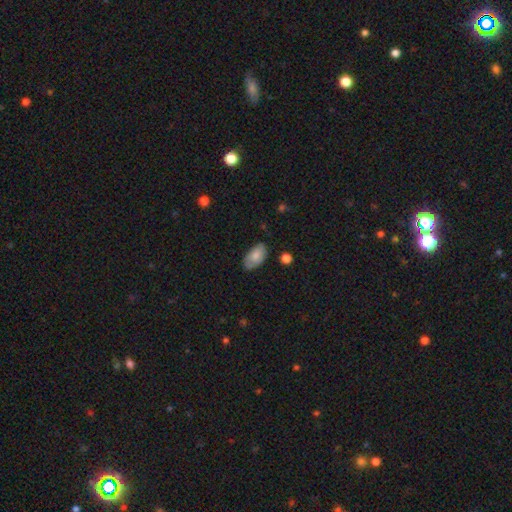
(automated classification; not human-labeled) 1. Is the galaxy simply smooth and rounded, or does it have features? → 77% smooth, 16% featured or disk, 7% star or artifact.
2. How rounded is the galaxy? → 94% in between, 4% round, 2% cigar-shaped.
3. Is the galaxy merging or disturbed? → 72% none, 23% minor disturbance, 4% major disturbance, 2% merger.